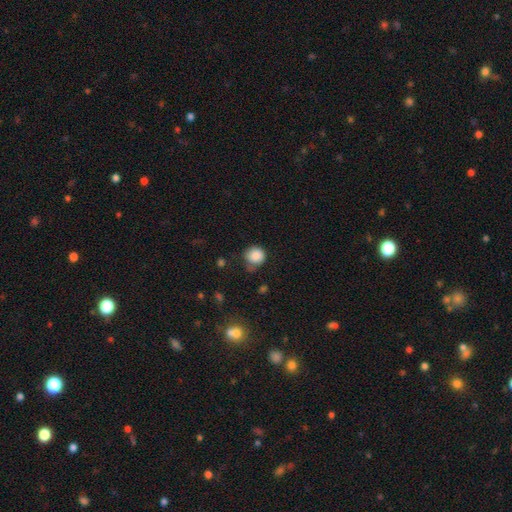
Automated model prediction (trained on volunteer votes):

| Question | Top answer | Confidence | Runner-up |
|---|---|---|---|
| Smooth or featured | smooth | 85% | star or artifact (10%) |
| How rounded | round | 89% | in between (10%) |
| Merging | none | 60% | minor disturbance (29%) |